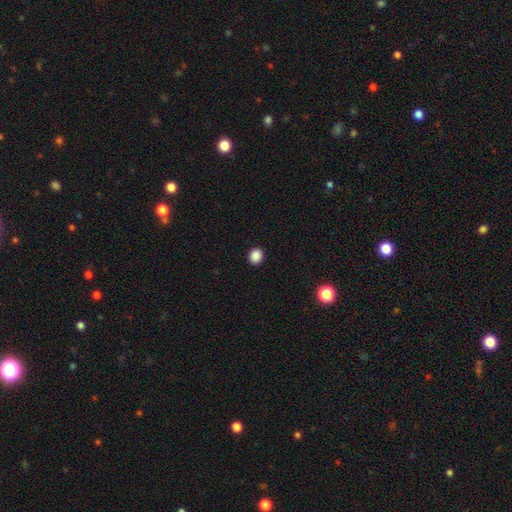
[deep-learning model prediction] A smooth galaxy with no disk features (88%) that is round (81%).

Vote fractions:
- Smooth or featured? smooth: 88% / star or artifact: 10% / featured or disk: 2%
- How rounded? round: 81% / in between: 18% / cigar-shaped: 1%
- Merging? none: 92% / minor disturbance: 5% / major disturbance: 2% / merger: 1%